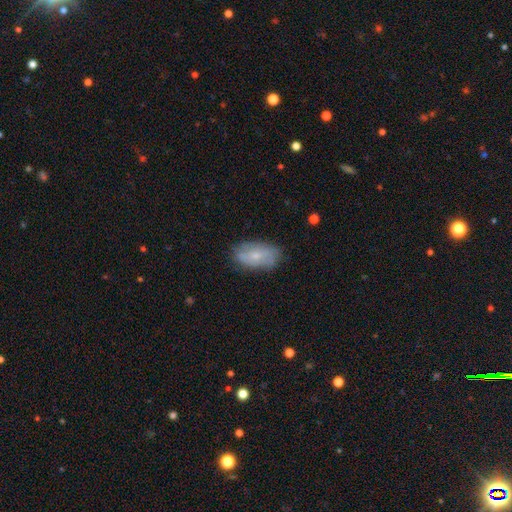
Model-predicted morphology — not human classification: Smooth or featured?
  - smooth: 51% *
  - featured or disk: 42%
  - star or artifact: 7%
How rounded?
  - in between: 91% *
  - round: 5%
  - cigar-shaped: 4%
Merging?
  - none: 76% *
  - minor disturbance: 18%
  - major disturbance: 4%
  - merger: 1%